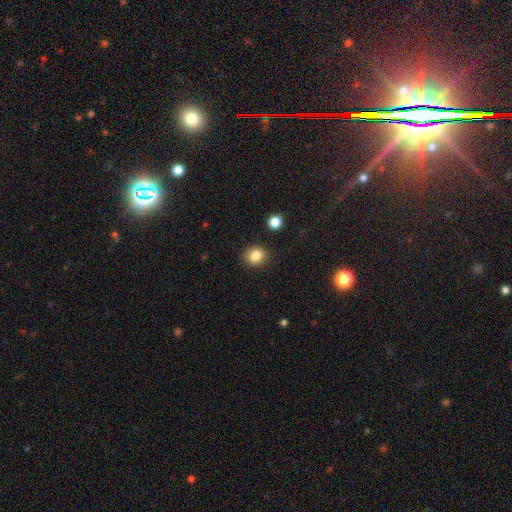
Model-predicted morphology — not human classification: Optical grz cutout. It shows a smooth galaxy with no disk features (84%) that is round (74%). Merging: none (88%).